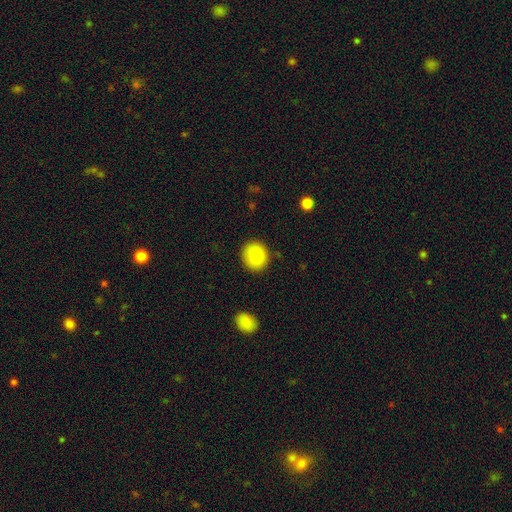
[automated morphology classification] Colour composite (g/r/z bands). It shows a smooth galaxy with no disk features (87%) that is round (86%). Merging: none (89%).